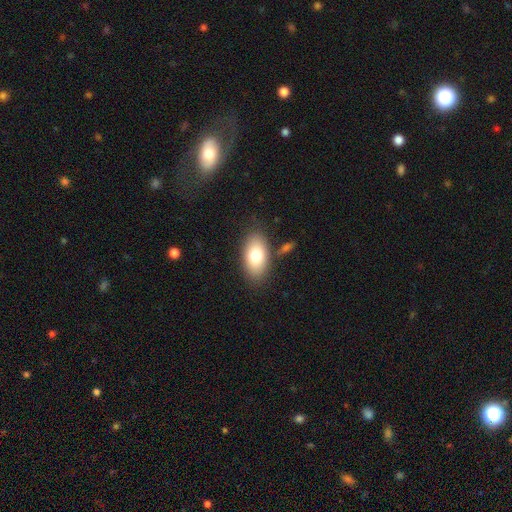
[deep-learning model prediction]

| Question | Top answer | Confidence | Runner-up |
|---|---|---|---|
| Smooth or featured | smooth | 77% | featured or disk (15%) |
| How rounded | in between | 92% | round (5%) |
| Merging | none | 81% | minor disturbance (11%) |